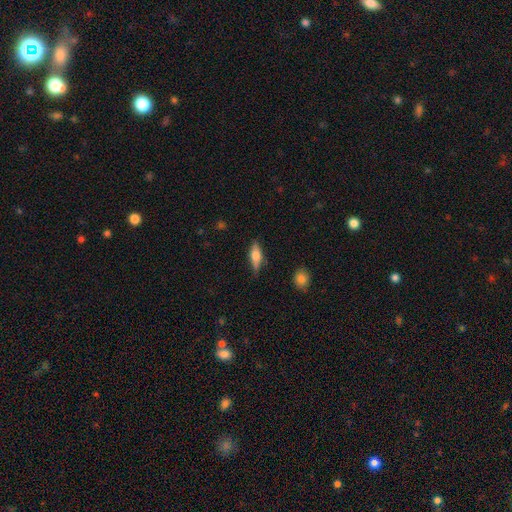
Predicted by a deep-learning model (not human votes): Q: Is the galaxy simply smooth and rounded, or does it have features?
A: smooth — 60%.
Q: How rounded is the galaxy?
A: in between — 57%.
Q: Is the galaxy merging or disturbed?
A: none — 79%.